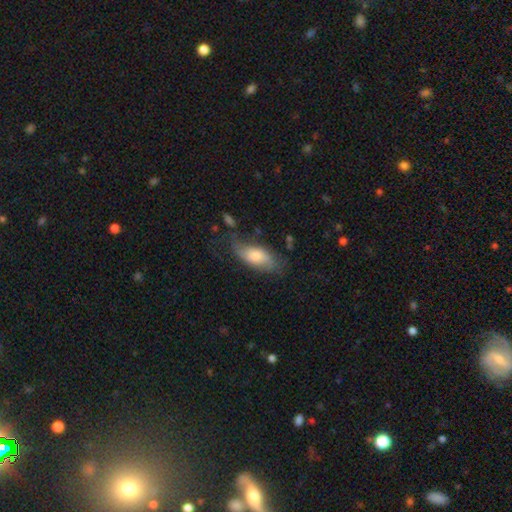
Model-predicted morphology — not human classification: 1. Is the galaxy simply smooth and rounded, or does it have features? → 72% smooth, 22% featured or disk, 6% star or artifact.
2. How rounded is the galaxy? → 86% in between, 11% cigar-shaped, 3% round.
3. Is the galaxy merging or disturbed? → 47% none, 30% minor disturbance, 19% major disturbance, 5% merger.